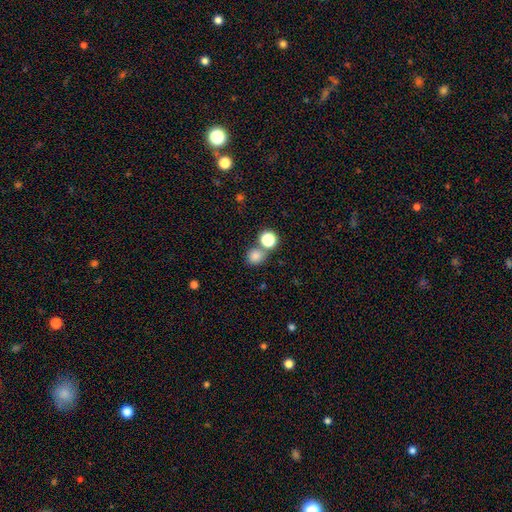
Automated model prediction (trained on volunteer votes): This is likely a smooth galaxy (80%). How rounded: clearly round (85%). Merging: likely none (64%).